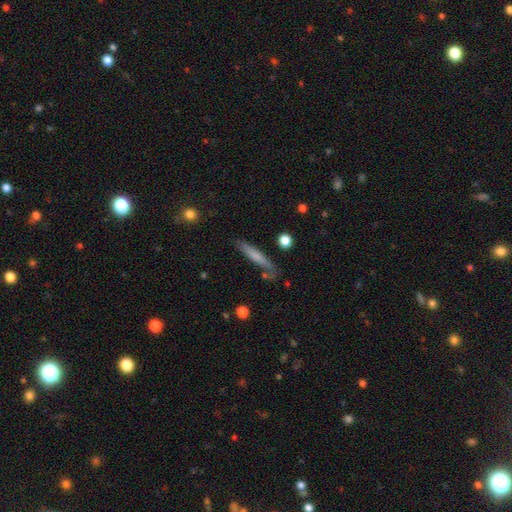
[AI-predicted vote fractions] Morphology: type=smooth (66%); roundness=cigar-shaped (90%); merging=none (74%).